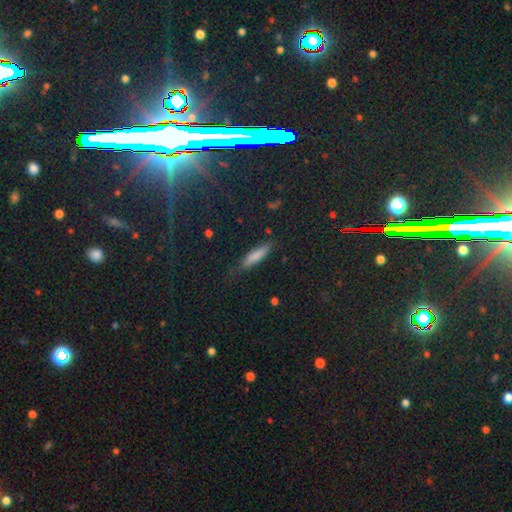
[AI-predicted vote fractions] Smooth or featured? smooth (79%)
How rounded? cigar-shaped (75%)
Merging? none (76%)